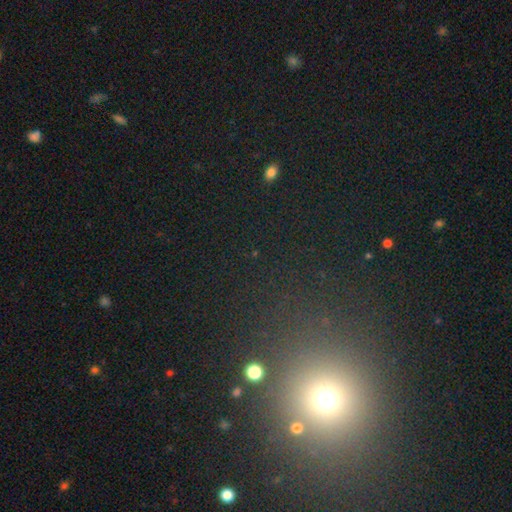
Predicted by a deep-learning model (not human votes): Q: Smooth or featured?
A: star or artifact (52%); runner-up: smooth (39%)